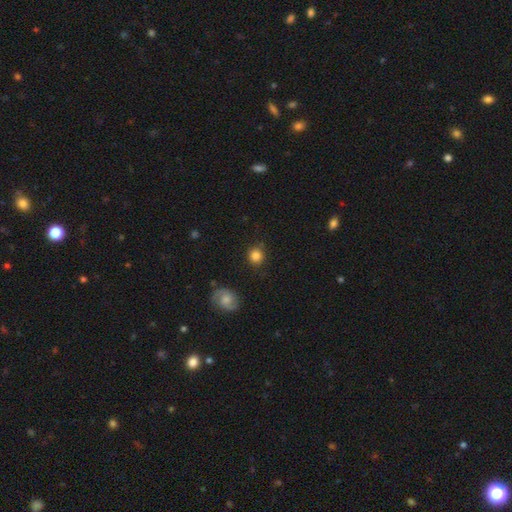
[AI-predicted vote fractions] Q: Smooth or featured?
A: smooth (83%); runner-up: star or artifact (10%)
Q: How rounded?
A: round (89%); runner-up: in between (10%)
Q: Merging?
A: none (83%); runner-up: minor disturbance (12%)